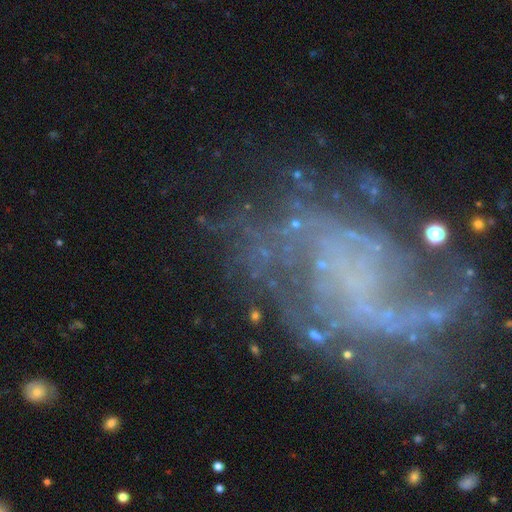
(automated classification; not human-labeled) featured or disk 69%, star or artifact 19%, smooth 12%. Down the decision tree: edge-on disk — no (97%); bar — no (66%); spiral arms — yes (73%); bulge size — none (61%); merging — none (56%).